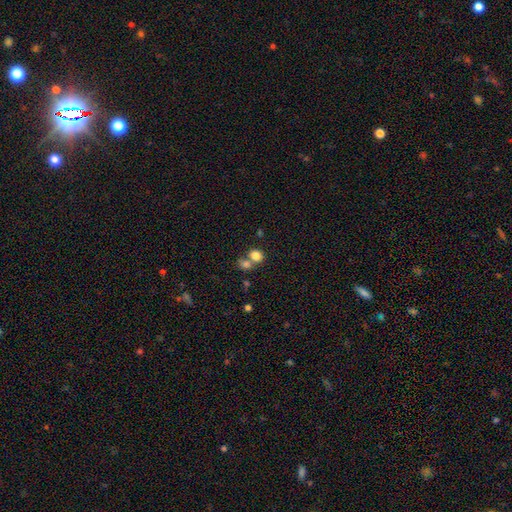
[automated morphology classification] A smooth galaxy with no disk features (81%) that is round (61%).

Vote fractions:
- Smooth or featured? smooth: 81% / star or artifact: 11% / featured or disk: 8%
- How rounded? round: 61% / in between: 38% / cigar-shaped: 1%
- Merging? merger: 45% / none: 43% / minor disturbance: 8% / major disturbance: 4%